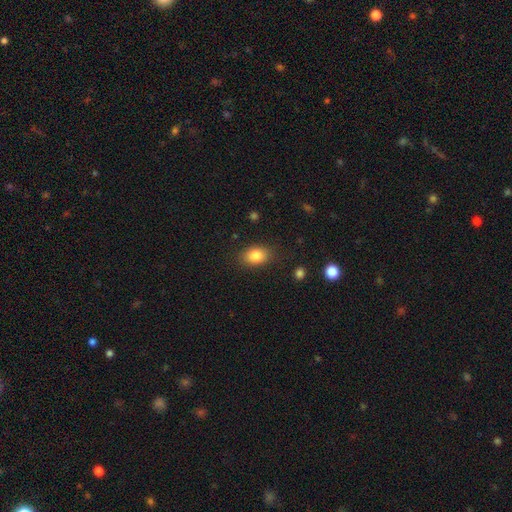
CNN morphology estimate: A smooth galaxy with no disk features (84%) that is in between round and cigar-shaped (77%). Merging: none (83%).